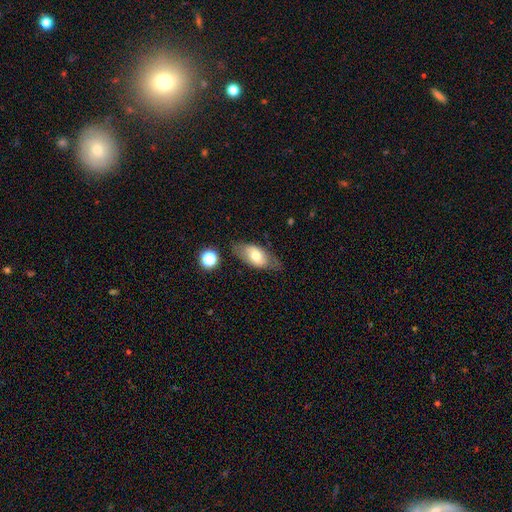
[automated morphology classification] A smooth galaxy with no disk features (64%) that is in between round and cigar-shaped (89%).

Vote fractions:
- Smooth or featured? smooth: 64% / featured or disk: 28% / star or artifact: 8%
- How rounded? in between: 89% / cigar-shaped: 6% / round: 5%
- Merging? none: 71% / minor disturbance: 20% / major disturbance: 6% / merger: 4%